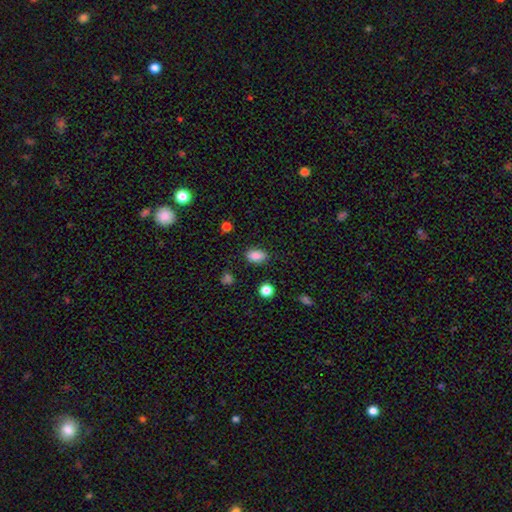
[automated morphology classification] This is clearly a smooth galaxy (85%). How rounded: clearly in between (87%). Merging: clearly none (84%).